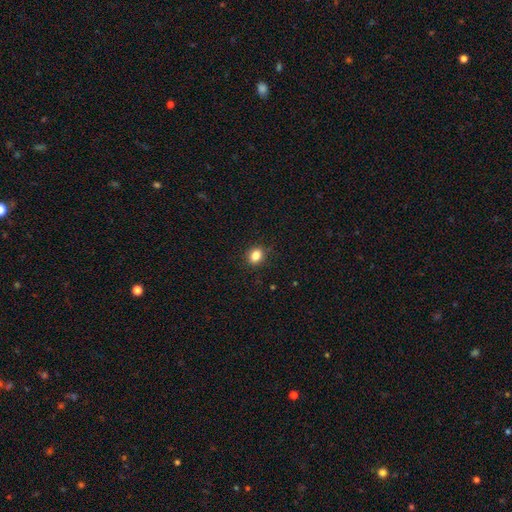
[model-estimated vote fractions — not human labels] Morphology: type=smooth (84%); roundness=round (57%); merging=none (87%).